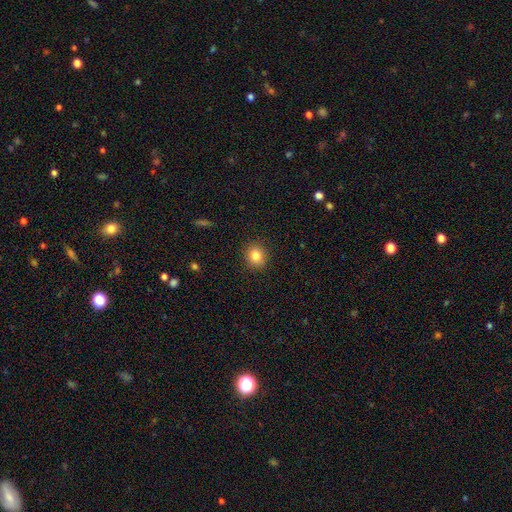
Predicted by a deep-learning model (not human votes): Overall: smooth (83%). How rounded: round (81%). Merging: none (90%).